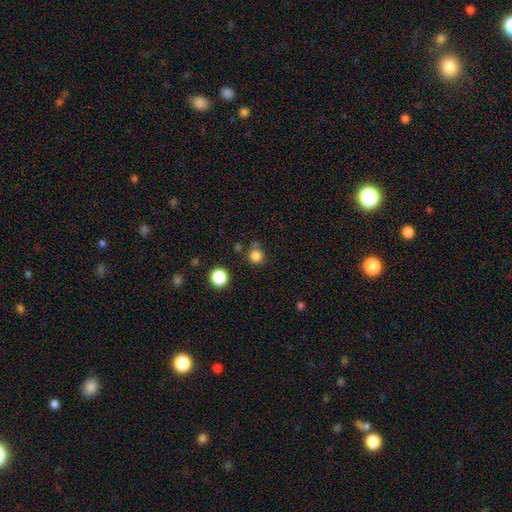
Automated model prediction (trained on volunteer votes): Smooth or featured? Predicted: smooth (p=0.82). How rounded? Predicted: round (p=0.89). Merging? Predicted: none (p=0.73).